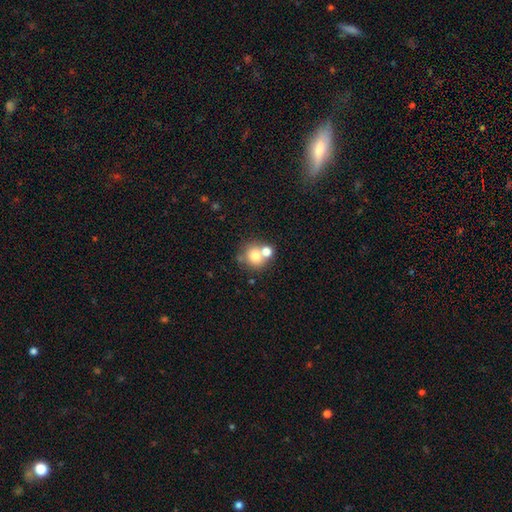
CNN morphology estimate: type=smooth (72%); roundness=round (84%); merging=none (49%).